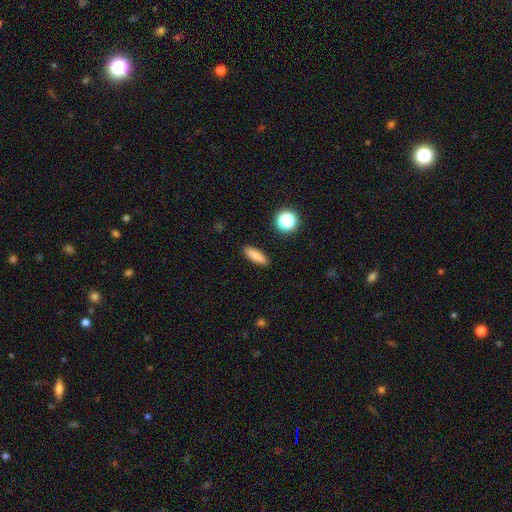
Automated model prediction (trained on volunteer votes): Smooth or featured? Predicted: smooth (p=0.81). How rounded? Predicted: cigar-shaped (p=0.59). Merging? Predicted: none (p=0.90).